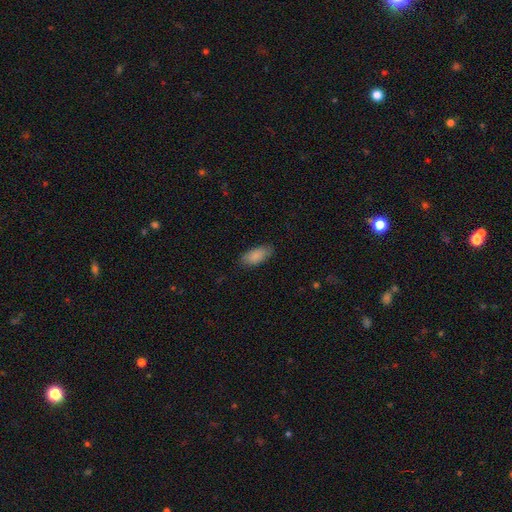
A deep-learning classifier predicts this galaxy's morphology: This is clearly a smooth galaxy (89%). How rounded: clearly in between (89%). Merging: clearly none (83%).